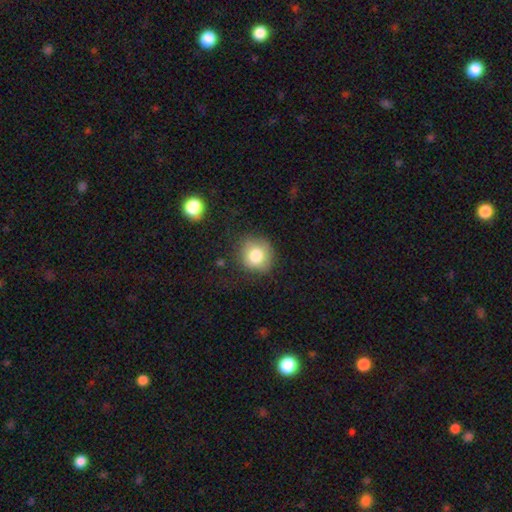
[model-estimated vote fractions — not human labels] smooth-or-featured: smooth: 80% | featured or disk: 11% | star or artifact: 10%
  how-rounded: round: 87% | in between: 12% | cigar-shaped: 1%
  merging: none: 75% | minor disturbance: 17% | major disturbance: 6% | merger: 2%